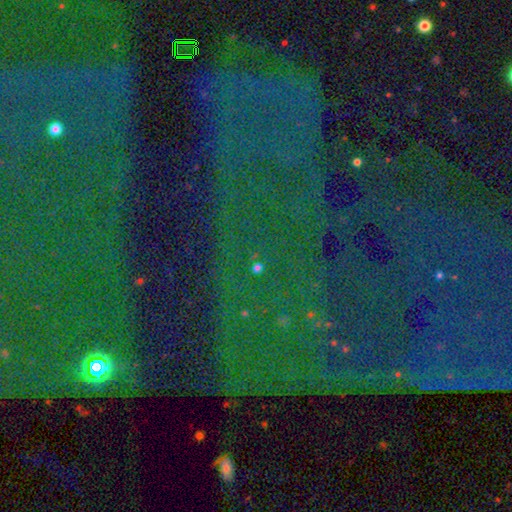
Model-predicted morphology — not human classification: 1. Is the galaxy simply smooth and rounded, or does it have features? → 83% star or artifact, 9% featured or disk, 9% smooth.